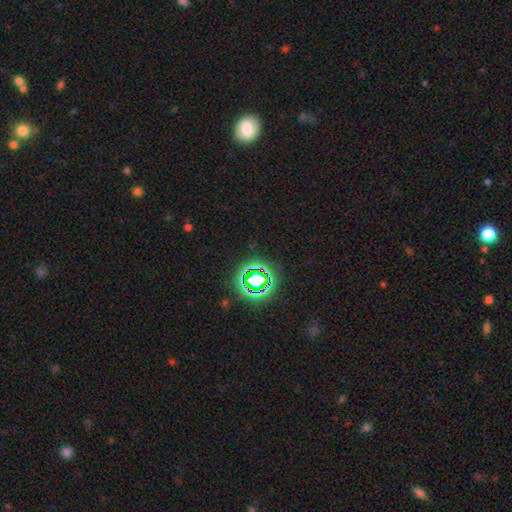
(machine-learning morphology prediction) Smooth or featured?
  - star or artifact: 75% *
  - smooth: 16%
  - featured or disk: 8%